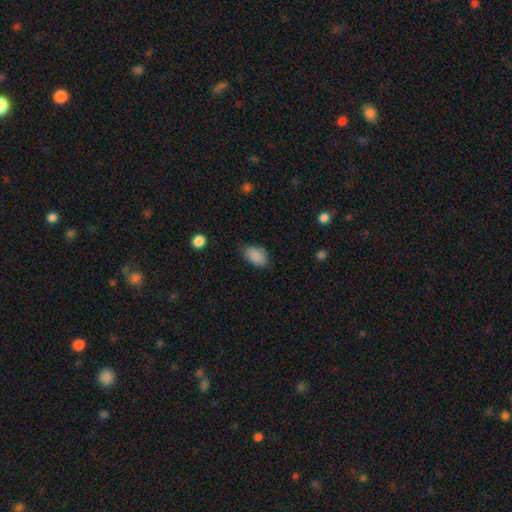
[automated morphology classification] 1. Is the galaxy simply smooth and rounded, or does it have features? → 88% smooth, 8% star or artifact, 4% featured or disk.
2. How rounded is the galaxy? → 90% in between, 8% round, 1% cigar-shaped.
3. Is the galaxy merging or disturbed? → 70% none, 24% minor disturbance, 5% major disturbance, 1% merger.